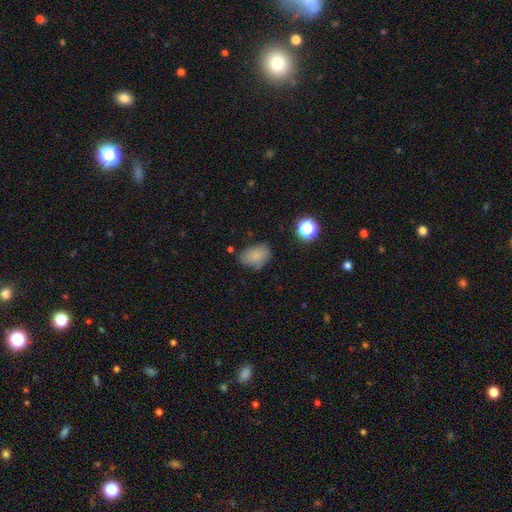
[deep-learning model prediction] smooth-or-featured: smooth: 81% | star or artifact: 10% | featured or disk: 8%
  how-rounded: in between: 78% | round: 21% | cigar-shaped: 1%
  merging: none: 69% | minor disturbance: 22% | major disturbance: 6% | merger: 3%